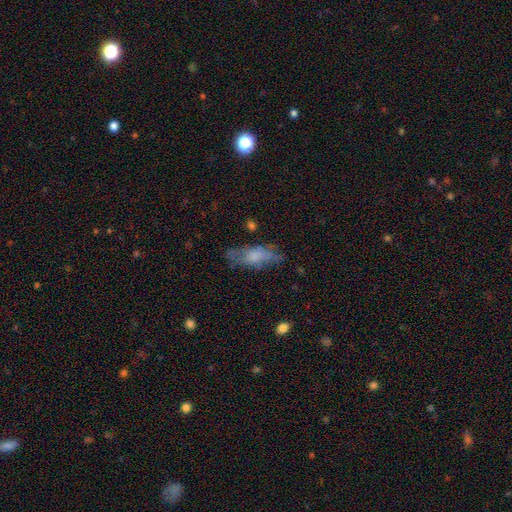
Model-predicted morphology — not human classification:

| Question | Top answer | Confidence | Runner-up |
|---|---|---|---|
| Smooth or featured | smooth | 61% | featured or disk (30%) |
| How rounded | in between | 62% | cigar-shaped (36%) |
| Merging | none | 58% | minor disturbance (26%) |